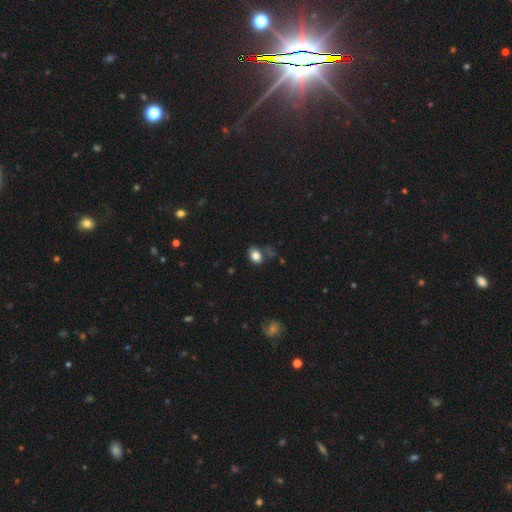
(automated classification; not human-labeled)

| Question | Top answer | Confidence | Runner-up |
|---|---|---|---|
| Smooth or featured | smooth | 83% | star or artifact (10%) |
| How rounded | in between | 74% | round (25%) |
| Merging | none | 67% | minor disturbance (21%) |